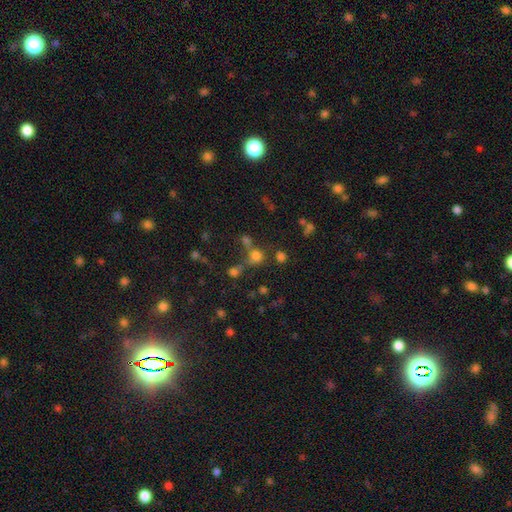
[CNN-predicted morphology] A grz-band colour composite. It shows a smooth galaxy with no disk features (67%) that is round (83%). Merging: none (53%).